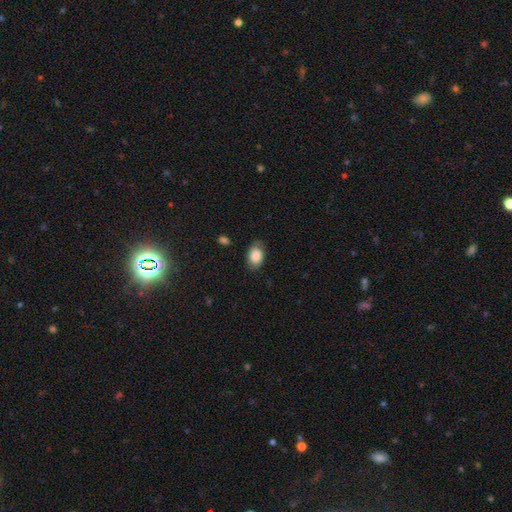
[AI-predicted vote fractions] Morphology: type=smooth (83%); roundness=in between (87%); merging=none (73%).